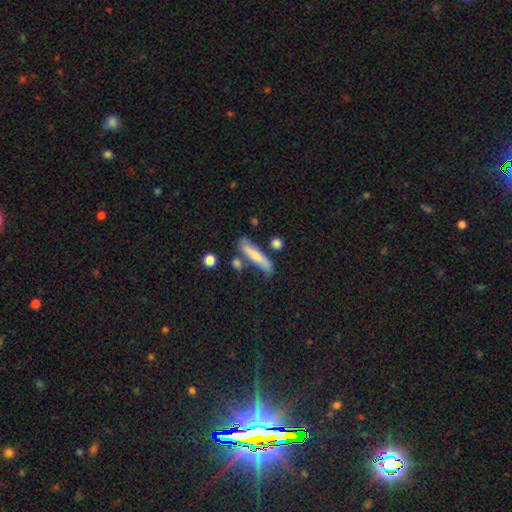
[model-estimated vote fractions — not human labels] This appears to be a smooth galaxy with no disk features (61%) that is cigar-shaped (81%). Merging: none (68%).